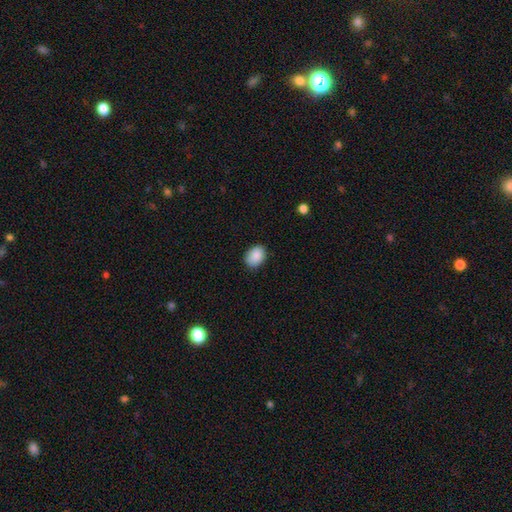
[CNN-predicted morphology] Smooth or featured?
  - smooth: 89% *
  - star or artifact: 7%
  - featured or disk: 4%
How rounded?
  - in between: 67% *
  - round: 32%
  - cigar-shaped: 1%
Merging?
  - none: 84% *
  - minor disturbance: 12%
  - major disturbance: 2%
  - merger: 1%